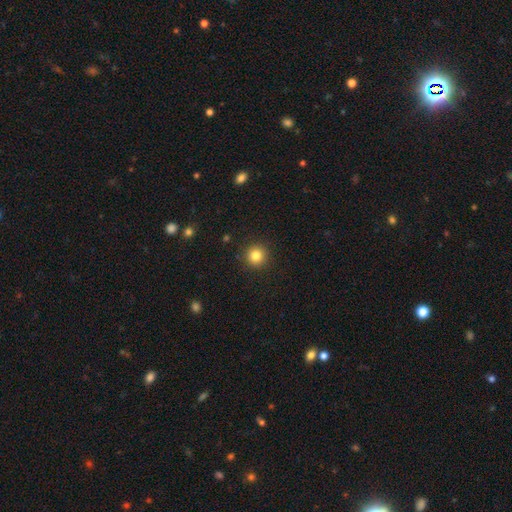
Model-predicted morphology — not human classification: A smooth galaxy with no disk features (83%) that is round (95%).

Vote fractions:
- Smooth or featured? smooth: 83% / star or artifact: 11% / featured or disk: 6%
- How rounded? round: 95% / in between: 4% / cigar-shaped: 1%
- Merging? none: 92% / minor disturbance: 5% / major disturbance: 2% / merger: 1%